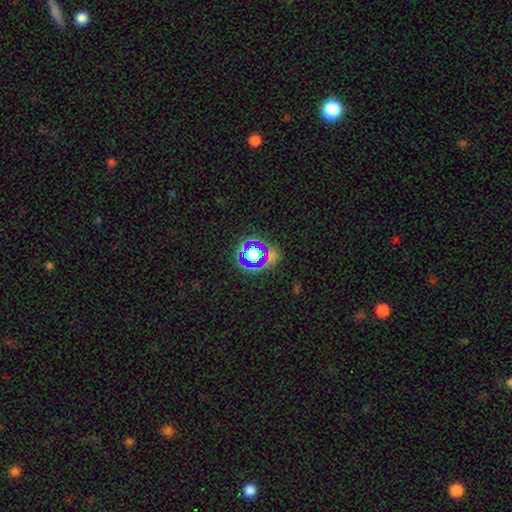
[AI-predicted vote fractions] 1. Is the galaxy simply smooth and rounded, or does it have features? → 48% star or artifact, 36% smooth, 16% featured or disk.